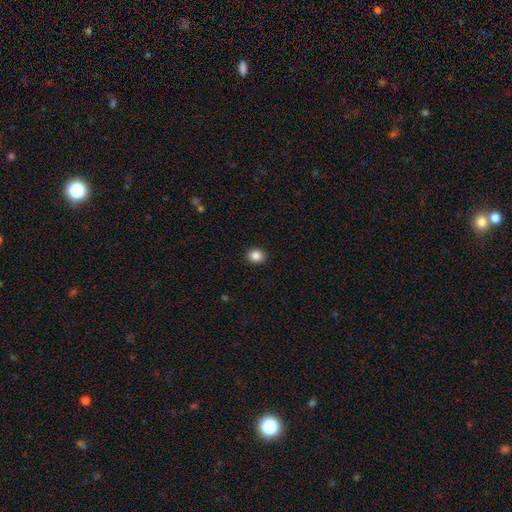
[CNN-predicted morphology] Overall: smooth (86%). How rounded: round (69%; in between 30%). Merging: none (92%).